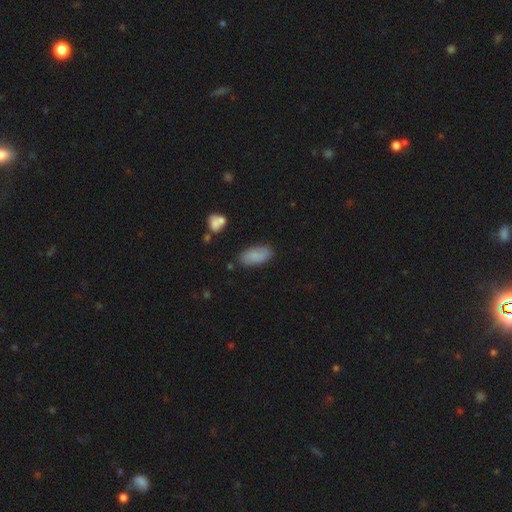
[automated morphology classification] A smooth galaxy with no disk features (81%) that is in between round and cigar-shaped (92%).

Vote fractions:
- Smooth or featured? smooth: 81% / featured or disk: 11% / star or artifact: 8%
- How rounded? in between: 92% / cigar-shaped: 6% / round: 3%
- Merging? none: 79% / minor disturbance: 15% / major disturbance: 3% / merger: 3%